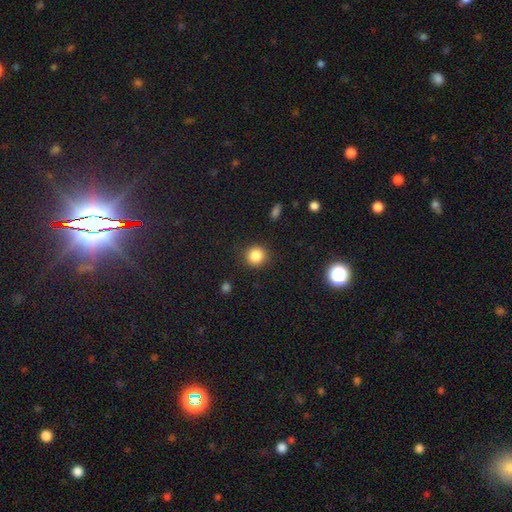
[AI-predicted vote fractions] A smooth galaxy with no disk features (85%) that is round (91%). Merging: none (89%).